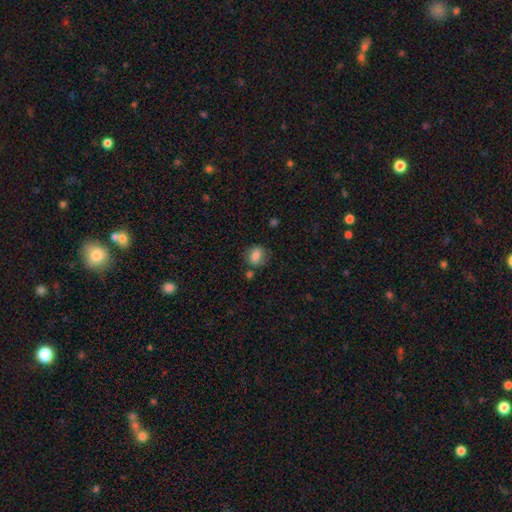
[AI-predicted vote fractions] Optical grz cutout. It shows a smooth galaxy with no disk features (79%) that is round (51%). Merging: none (67%).